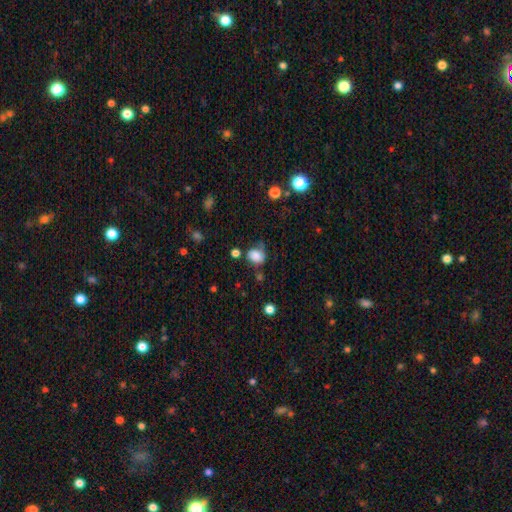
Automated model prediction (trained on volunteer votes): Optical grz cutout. It shows a smooth galaxy with no disk features (81%) that is in between round and cigar-shaped (53%). Merging: none (48%).